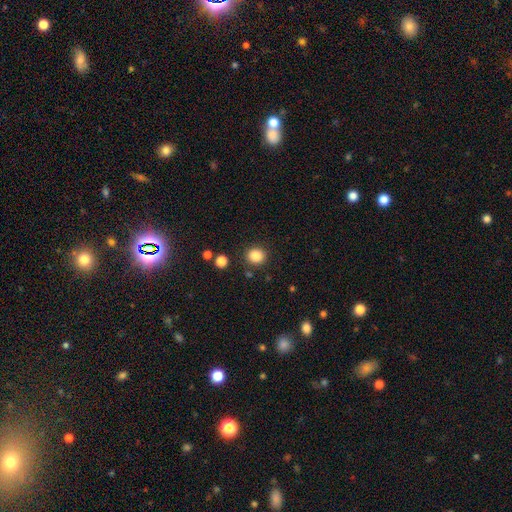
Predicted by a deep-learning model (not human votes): Smooth or featured? smooth (85%)
How rounded? round (86%)
Merging? none (87%)